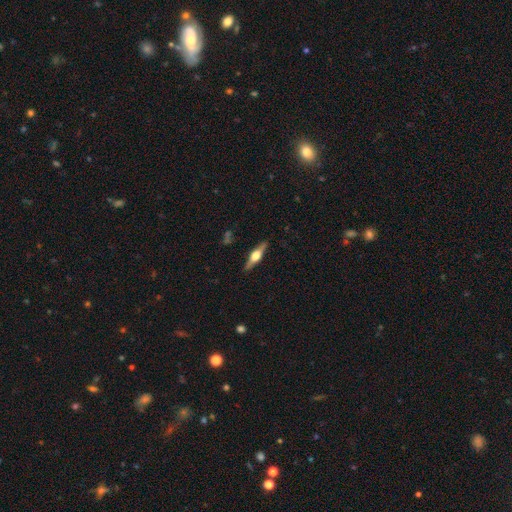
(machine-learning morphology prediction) Overall: featured or disk (71%). Edge-on disk: yes (97%). Edge-on bulge: rounded (92%). Merging: none (88%).